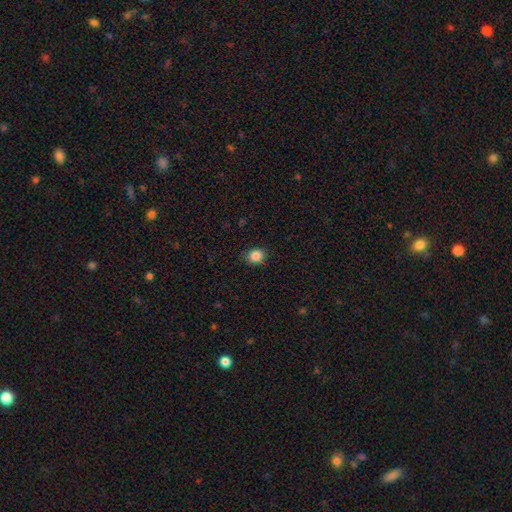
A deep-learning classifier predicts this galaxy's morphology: A smooth galaxy with no disk features (86%) that is round (71%).

Vote fractions:
- Smooth or featured? smooth: 86% / star or artifact: 11% / featured or disk: 4%
- How rounded? round: 71% / in between: 28% / cigar-shaped: 1%
- Merging? none: 85% / minor disturbance: 11% / major disturbance: 2% / merger: 1%